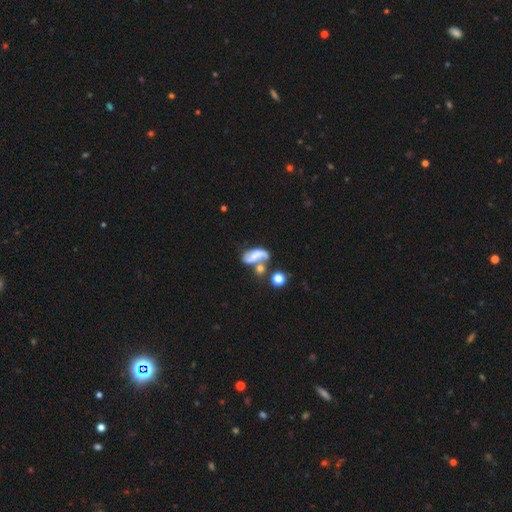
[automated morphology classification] Smooth or featured?
  - featured or disk: 61% *
  - smooth: 28%
  - star or artifact: 10%
Edge-on disk?
  - no: 95% *
  - yes: 5%
Bar?
  - no: 51% *
  - weak: 32%
  - strong: 17%
Spiral arms?
  - yes: 81% *
  - no: 19%
Bulge size?
  - small: 36% *
  - none: 28%
  - moderate: 25%
  - large: 8%
  - dominant: 3%
Merging?
  - merger: 36% *
  - none: 32%
  - minor disturbance: 17%
  - major disturbance: 15%